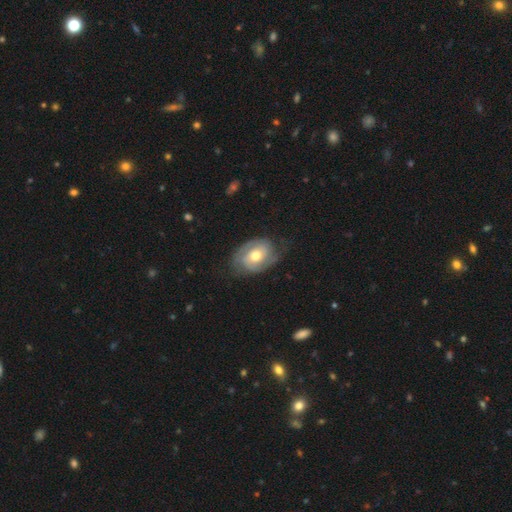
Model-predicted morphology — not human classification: Smooth or featured?
  - featured or disk: 77% *
  - smooth: 18%
  - star or artifact: 5%
Edge-on disk?
  - no: 96% *
  - yes: 4%
Bar?
  - no: 68% *
  - weak: 26%
  - strong: 6%
Spiral arms?
  - yes: 90% *
  - no: 10%
Spiral winding?
  - tight: 51% *
  - medium: 36%
  - loose: 13%
Spiral arm count?
  - 2: 75% *
  - can't tell: 13%
  - 3: 5%
  - 1: 4%
  - 4: 2%
  - more than 4: 2%
Bulge size?
  - moderate: 76% *
  - small: 12%
  - large: 10%
  - dominant: 1%
  - none: 1%
Merging?
  - none: 69% *
  - minor disturbance: 21%
  - major disturbance: 9%
  - merger: 1%